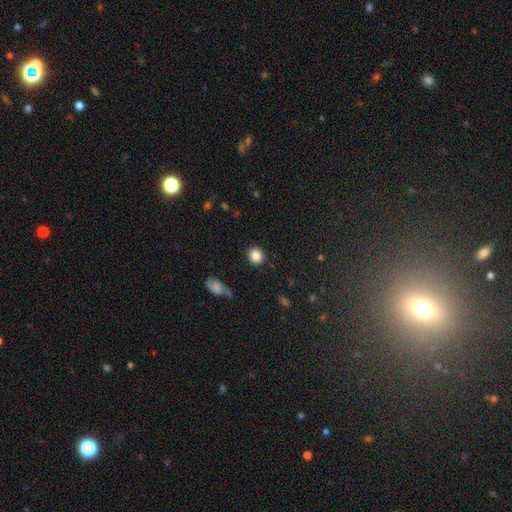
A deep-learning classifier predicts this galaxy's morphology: Smooth or featured: smooth — 86% (star or artifact — 9%)
How rounded: round — 85% (in between — 14%)
Merging: none — 87% (minor disturbance — 8%)